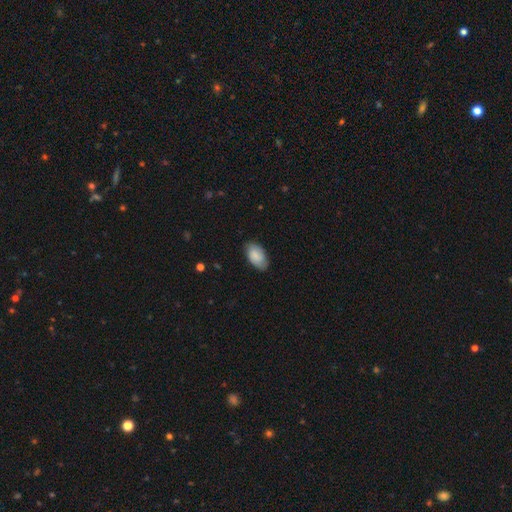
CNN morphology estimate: Overall: smooth (79%). How rounded: in between (94%). Merging: none (79%).